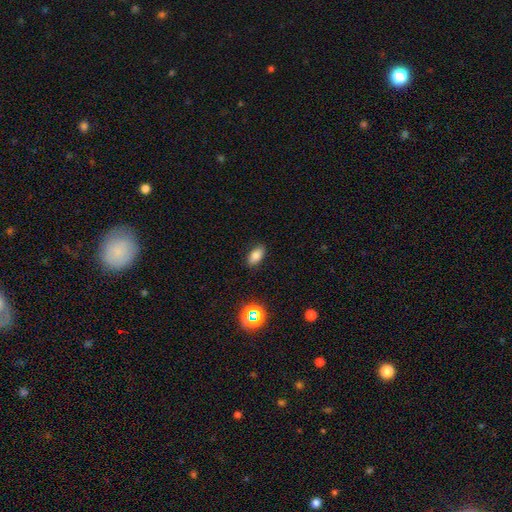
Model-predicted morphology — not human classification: smooth_or_featured: smooth (p=0.78) [alt: star or artifact p=0.12]
how_rounded: in between (p=0.90) [alt: round p=0.06]
merging: none (p=0.87) [alt: minor disturbance p=0.09]